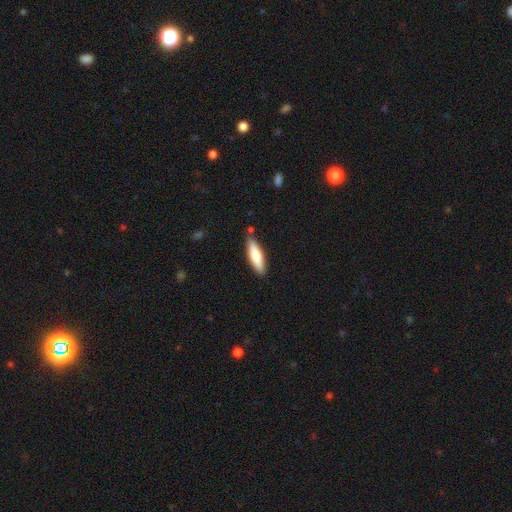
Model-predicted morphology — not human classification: type=smooth (73%); roundness=cigar-shaped (64%); merging=none (83%).